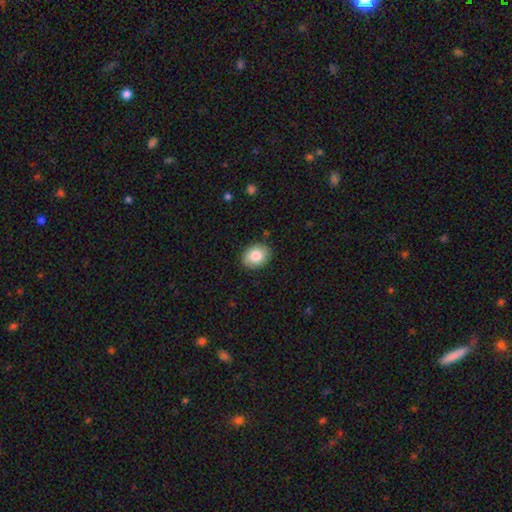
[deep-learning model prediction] Smooth or featured?
  - smooth: 84% *
  - featured or disk: 9%
  - star or artifact: 8%
How rounded?
  - in between: 61% *
  - round: 38%
  - cigar-shaped: 1%
Merging?
  - none: 88% *
  - minor disturbance: 9%
  - major disturbance: 2%
  - merger: 1%